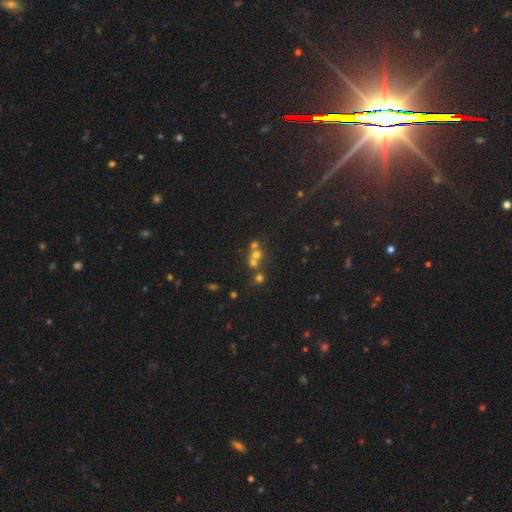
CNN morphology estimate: Smooth or featured? smooth (48%)
Merging? merger (48%)